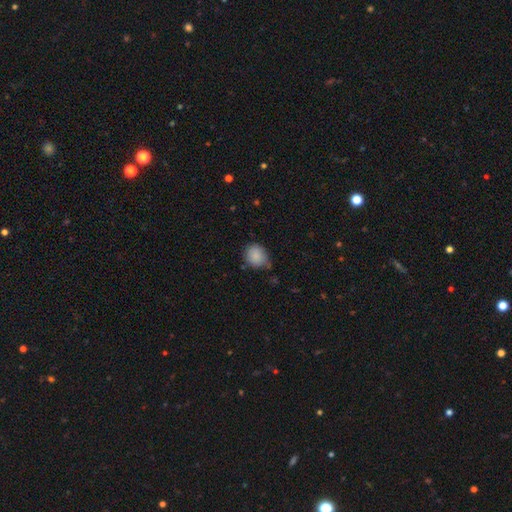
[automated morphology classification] Smooth or featured?
  - smooth: 86% *
  - star or artifact: 8%
  - featured or disk: 5%
How rounded?
  - round: 70% *
  - in between: 29%
  - cigar-shaped: 1%
Merging?
  - none: 63% *
  - minor disturbance: 28%
  - major disturbance: 5%
  - merger: 4%